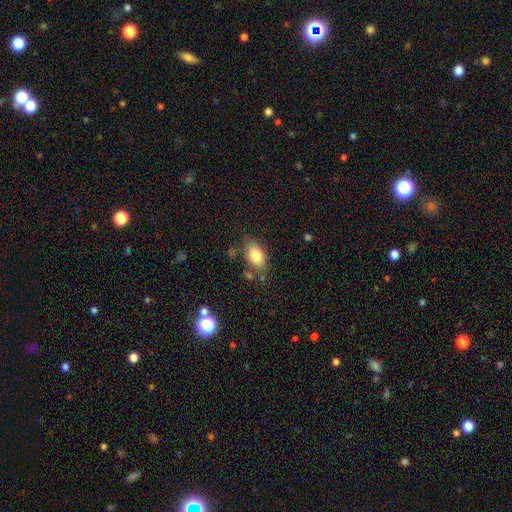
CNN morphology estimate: This is clearly a smooth galaxy (80%). How rounded: clearly in between (89%). Merging: likely none (74%).